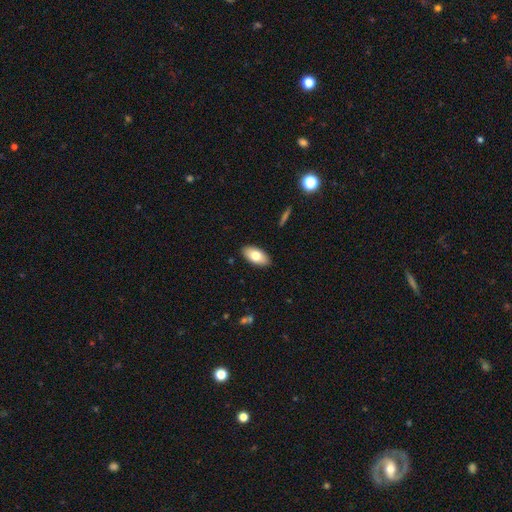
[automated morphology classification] The model was most divided on "smooth or featured": smooth: 76%, featured or disk: 18%, star or artifact: 6%. More confident: how rounded — in between (93%); merging — none (89%).